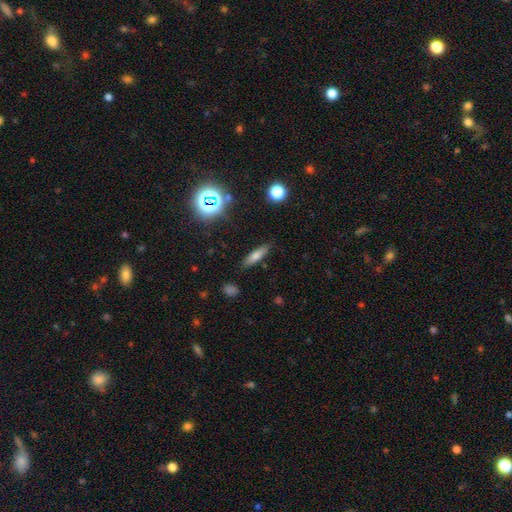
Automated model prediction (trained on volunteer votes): Overall: smooth (68%). How rounded: cigar-shaped (64%; in between 32%). Merging: none (85%).